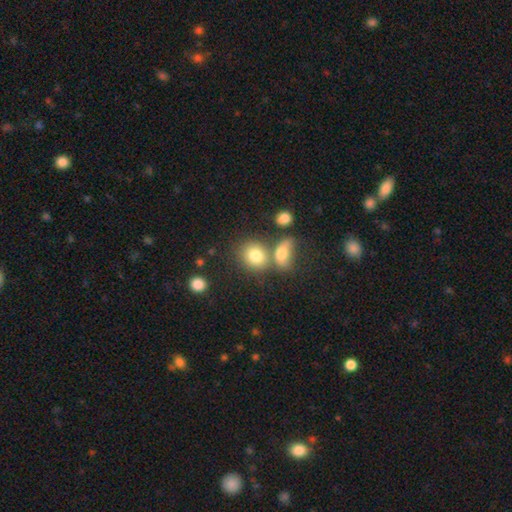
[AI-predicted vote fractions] A smooth galaxy with no disk features (79%) that is round (65%). Merging: none (50%).